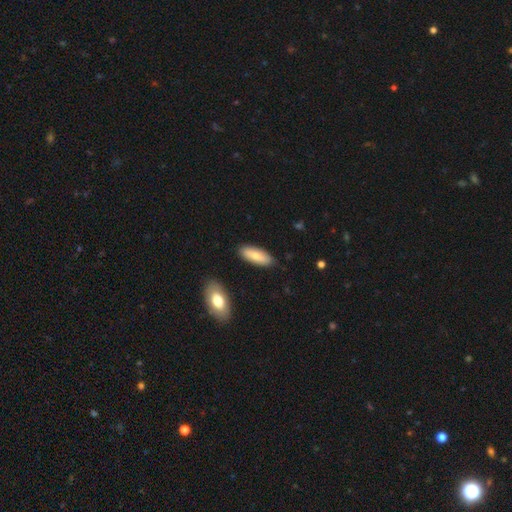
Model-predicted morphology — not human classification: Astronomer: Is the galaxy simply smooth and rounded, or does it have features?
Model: smooth — 75%.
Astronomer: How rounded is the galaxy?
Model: in between — 70%.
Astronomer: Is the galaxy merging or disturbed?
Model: none — 86%.